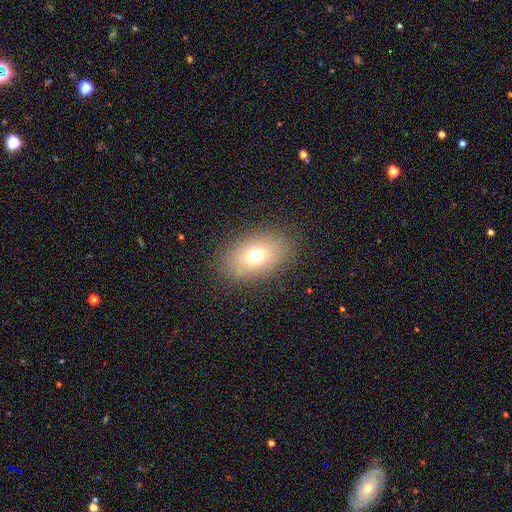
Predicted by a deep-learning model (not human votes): This is likely a smooth galaxy (69%). How rounded: likely in between (79%). Merging: clearly none (84%).